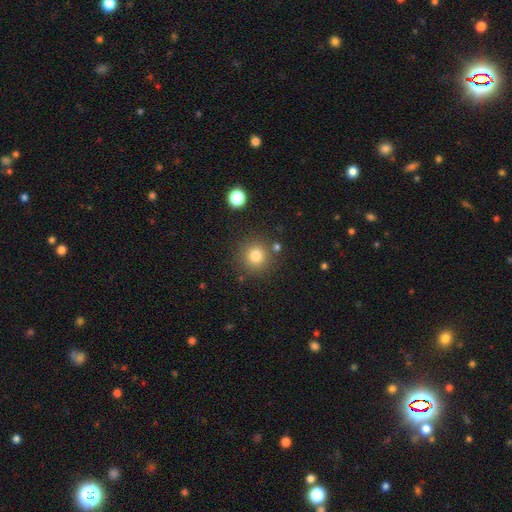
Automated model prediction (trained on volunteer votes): Smooth or featured? Predicted: smooth (p=0.80). How rounded? Predicted: round (p=0.93). Merging? Predicted: none (p=0.84).